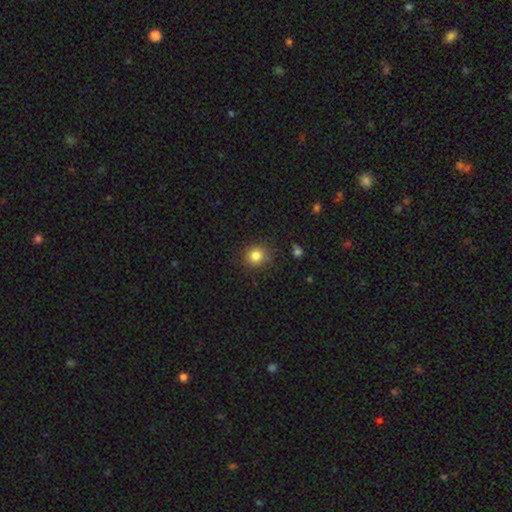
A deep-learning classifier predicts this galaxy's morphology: Q: Smooth or featured?
A: smooth (83%); runner-up: star or artifact (12%)
Q: How rounded?
A: round (87%); runner-up: in between (13%)
Q: Merging?
A: none (84%); runner-up: minor disturbance (11%)